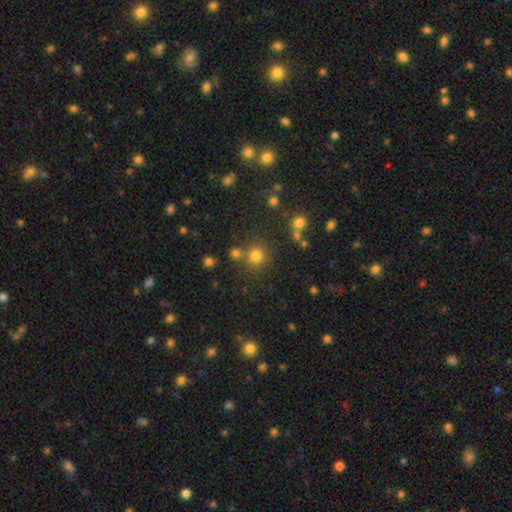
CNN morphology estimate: A smooth galaxy with no disk features (75%) that is round (91%). Merging: none (71%).